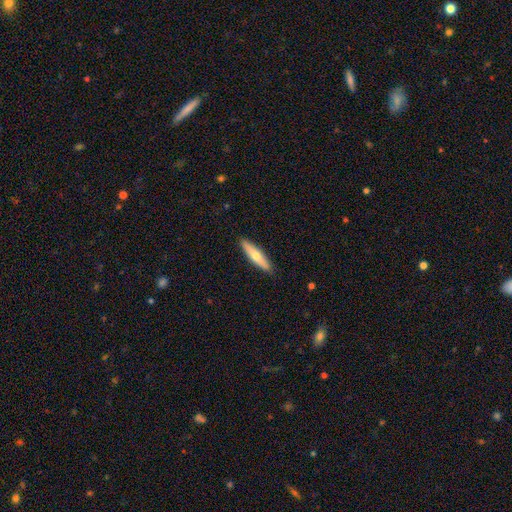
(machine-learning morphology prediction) smooth-or-featured: smooth: 56% | featured or disk: 38% | star or artifact: 5%
  how-rounded: cigar-shaped: 78% | in between: 20% | round: 2%
  merging: none: 91% | minor disturbance: 7% | major disturbance: 1% | merger: 1%